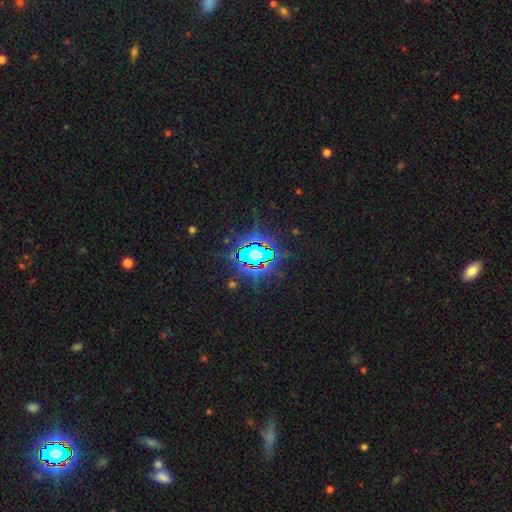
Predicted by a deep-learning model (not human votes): The model was most divided on "smooth or featured": star or artifact: 82%, smooth: 10%, featured or disk: 8%.